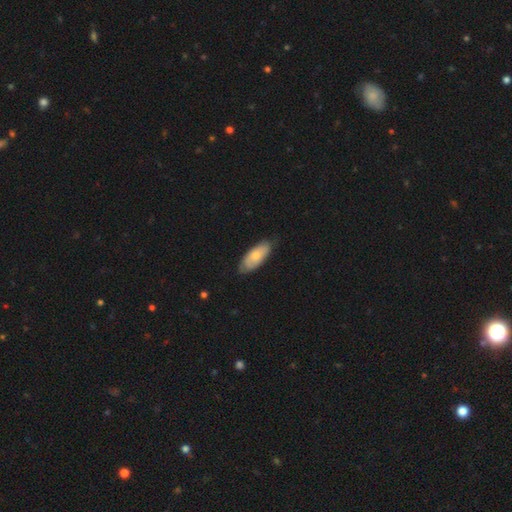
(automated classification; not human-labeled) A smooth galaxy with no disk features (67%) that is in between round and cigar-shaped (86%). Merging: none (72%).